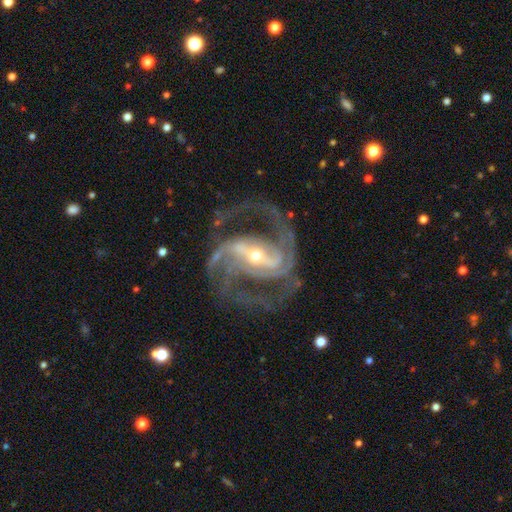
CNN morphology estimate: smooth-or-featured: featured or disk: 92% | star or artifact: 5% | smooth: 3%
  disk-edge-on: no: 97% | yes: 3%
    bar: strong: 61% | weak: 28% | no: 11%
    has-spiral-arms: yes: 98% | no: 2%
      spiral-winding: medium: 59% | tight: 23% | loose: 18%
      spiral-arm-count: 2: 62% | 3: 20% | can't tell: 6% | 4: 5% | 1: 4% | more than 4: 3%
    bulge-size: small: 57% | moderate: 38% | large: 3% | none: 1% | dominant: 1%
  merging: none: 67% | major disturbance: 16% | minor disturbance: 15% | merger: 2%